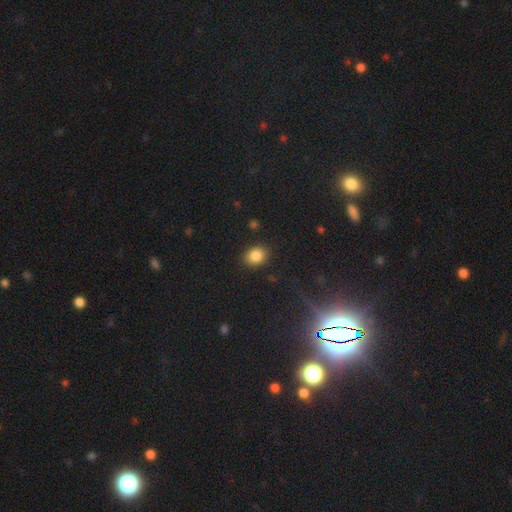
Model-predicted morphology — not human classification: smooth-or-featured: smooth: 85% | star or artifact: 10% | featured or disk: 5%
  how-rounded: round: 50% | in between: 49% | cigar-shaped: 1%
  merging: none: 86% | minor disturbance: 10% | major disturbance: 3% | merger: 2%